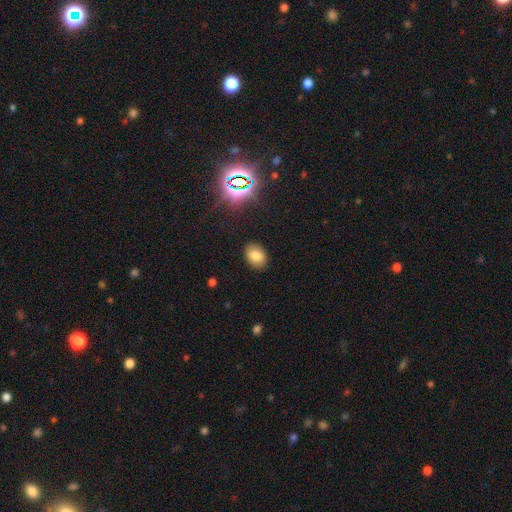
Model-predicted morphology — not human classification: Overall: smooth (78%). How rounded: in between (71%). Merging: none (87%).